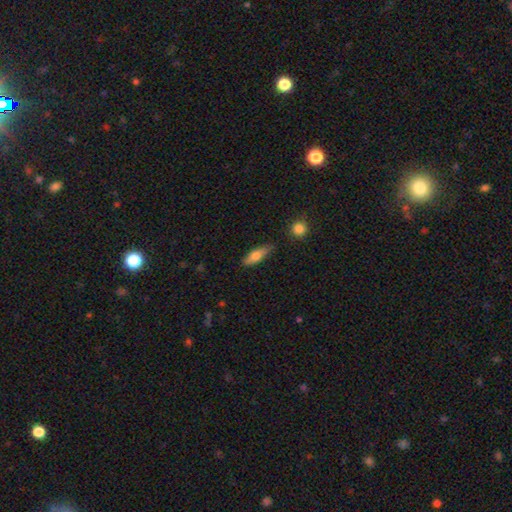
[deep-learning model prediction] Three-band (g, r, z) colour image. It shows a smooth galaxy with no disk features (69%) that is in between round and cigar-shaped (56%). Merging: none (74%).